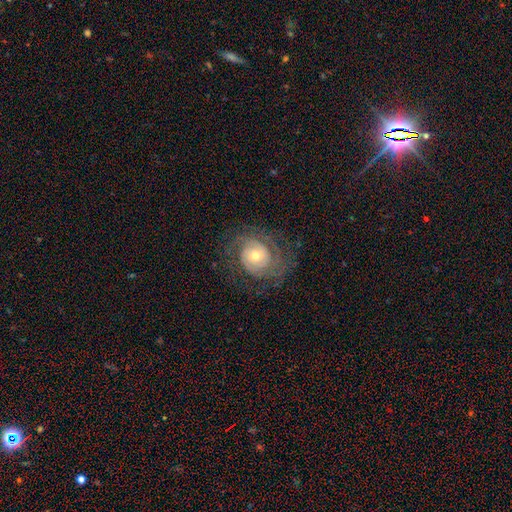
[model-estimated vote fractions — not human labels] featured or disk 82%, smooth 12%, star or artifact 6%. Down the decision tree: edge-on disk — no (97%); bar — no (75%); spiral arms — yes (94%); spiral arm count — 2 (38%); spiral winding — tight (63%); bulge size — moderate (53%); merging — none (72%).